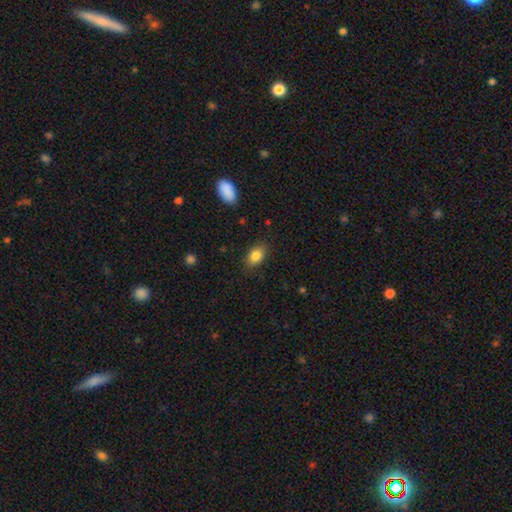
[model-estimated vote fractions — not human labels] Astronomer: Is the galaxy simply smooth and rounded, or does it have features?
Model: smooth — 84%.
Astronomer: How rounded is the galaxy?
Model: in between — 84%.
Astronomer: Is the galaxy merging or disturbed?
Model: none — 84%.